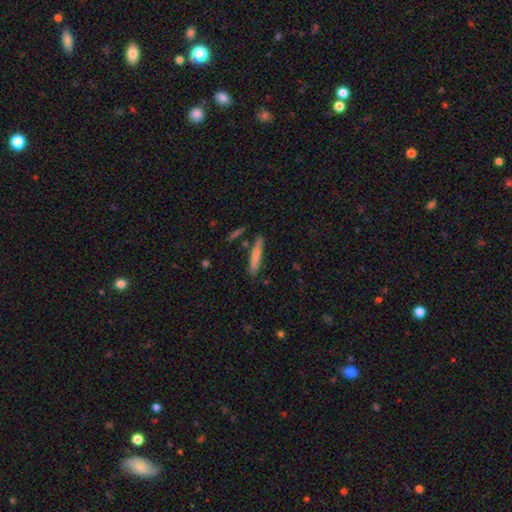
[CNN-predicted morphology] Q: Smooth or featured?
A: smooth (75%); runner-up: featured or disk (19%)
Q: How rounded?
A: cigar-shaped (90%); runner-up: in between (9%)
Q: Merging?
A: none (79%); runner-up: minor disturbance (13%)